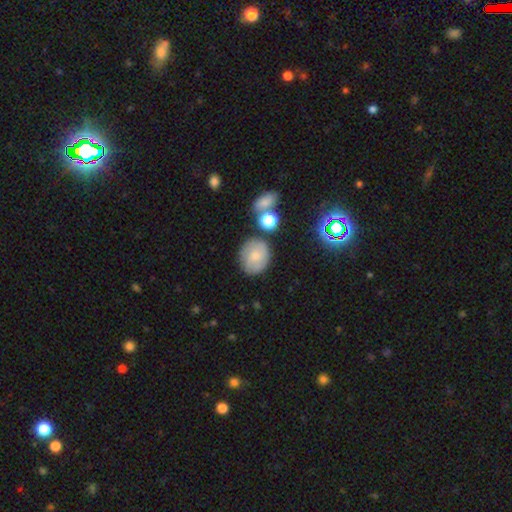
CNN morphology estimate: Q: Smooth or featured?
A: smooth (67%); runner-up: featured or disk (23%)
Q: How rounded?
A: round (77%); runner-up: in between (22%)
Q: Merging?
A: none (72%); runner-up: minor disturbance (15%)